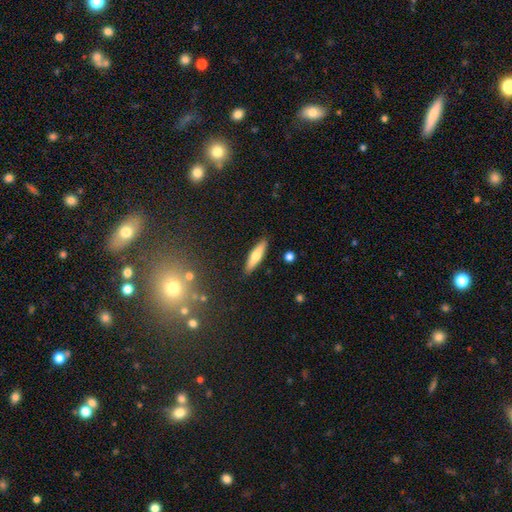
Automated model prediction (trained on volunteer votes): Smooth or featured? smooth (62%)
How rounded? cigar-shaped (73%)
Merging? none (89%)